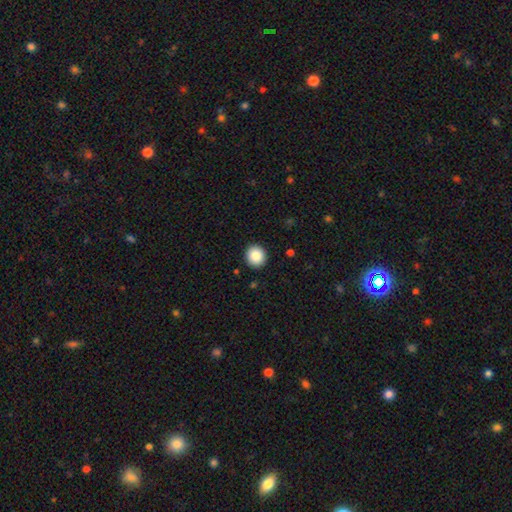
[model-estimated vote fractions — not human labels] This appears to be a smooth galaxy with no disk features (86%) that is round (89%). Merging: none (92%).